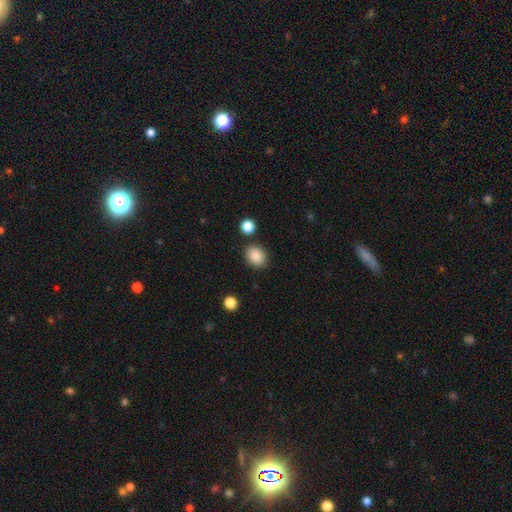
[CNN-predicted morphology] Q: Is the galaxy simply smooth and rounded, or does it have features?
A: smooth — 87%.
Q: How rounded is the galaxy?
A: in between — 56%.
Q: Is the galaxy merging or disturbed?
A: none — 85%.